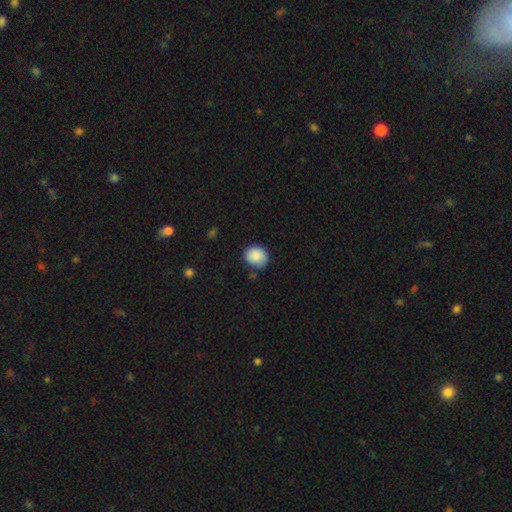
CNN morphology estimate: Q: Smooth or featured?
A: smooth (87%); runner-up: star or artifact (8%)
Q: How rounded?
A: round (70%); runner-up: in between (29%)
Q: Merging?
A: none (77%); runner-up: minor disturbance (17%)